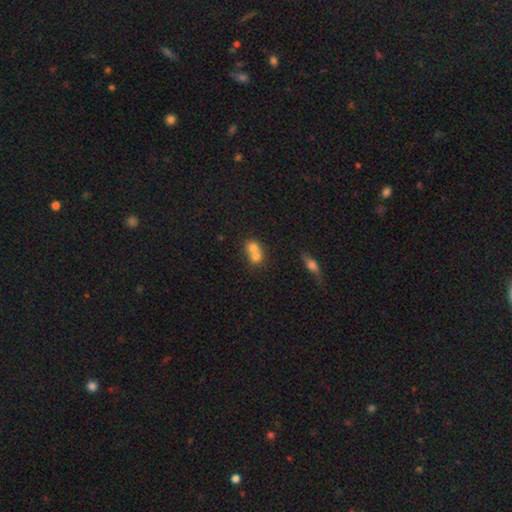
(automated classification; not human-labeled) This is likely a smooth galaxy (71%). How rounded: likely round (69%). Merging: likely merger (70%).